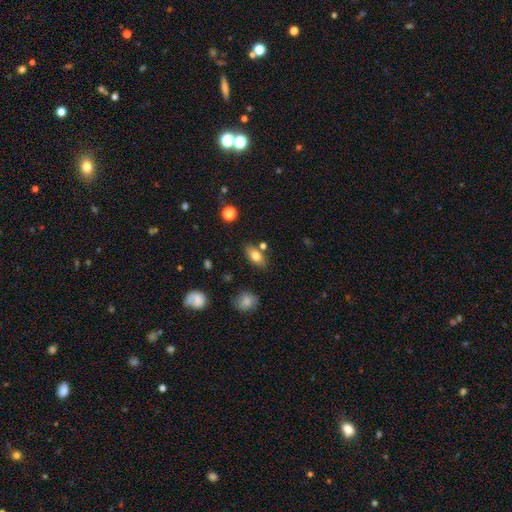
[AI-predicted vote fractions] A smooth galaxy with no disk features (77%) that is in between round and cigar-shaped (86%).

Vote fractions:
- Smooth or featured? smooth: 77% / featured or disk: 14% / star or artifact: 9%
- How rounded? in between: 86% / cigar-shaped: 7% / round: 7%
- Merging? none: 75% / minor disturbance: 13% / merger: 8% / major disturbance: 3%